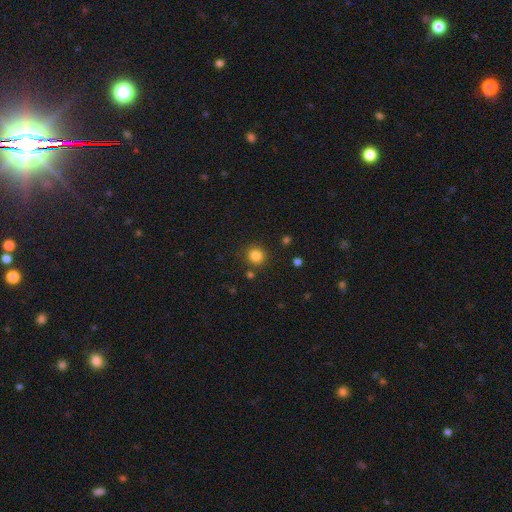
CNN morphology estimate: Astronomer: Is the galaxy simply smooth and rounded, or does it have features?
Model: smooth — 83%.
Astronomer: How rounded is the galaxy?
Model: round — 91%.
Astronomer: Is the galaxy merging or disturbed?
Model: none — 87%.